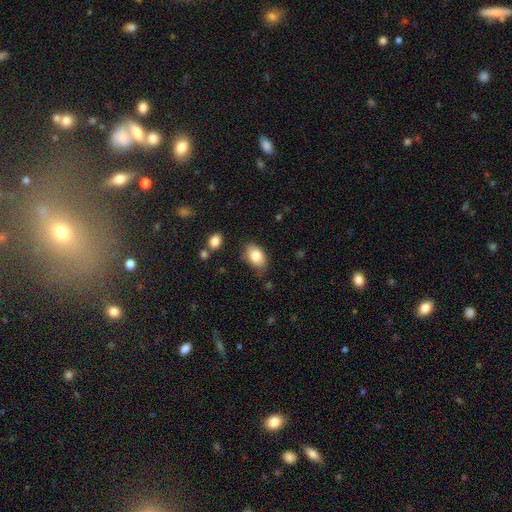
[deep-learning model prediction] Q: Smooth or featured?
A: smooth (83%); runner-up: featured or disk (10%)
Q: How rounded?
A: in between (88%); runner-up: round (10%)
Q: Merging?
A: none (74%); runner-up: minor disturbance (19%)